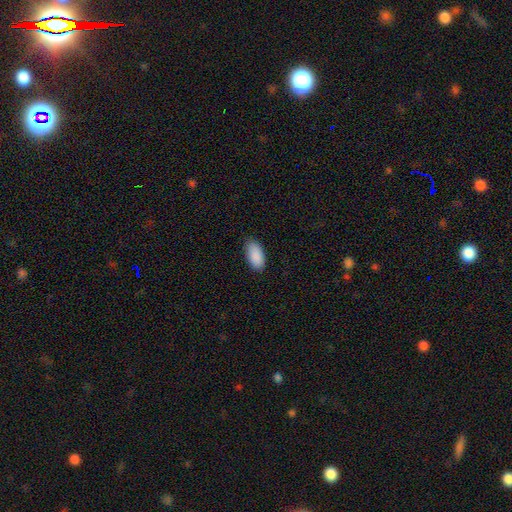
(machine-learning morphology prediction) smooth-or-featured: smooth: 91% | star or artifact: 6% | featured or disk: 3%
  how-rounded: in between: 93% | cigar-shaped: 5% | round: 2%
  merging: none: 85% | minor disturbance: 12% | major disturbance: 2% | merger: 1%